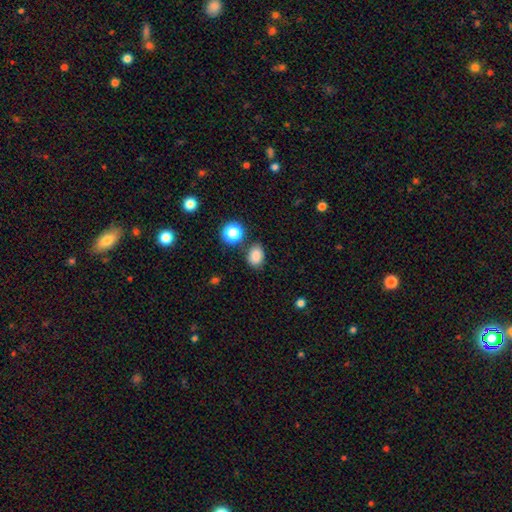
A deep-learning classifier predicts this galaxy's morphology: smooth_or_featured: smooth (p=0.84) [alt: star or artifact p=0.12]
how_rounded: in between (p=0.68) [alt: round p=0.31]
merging: none (p=0.79) [alt: minor disturbance p=0.13]